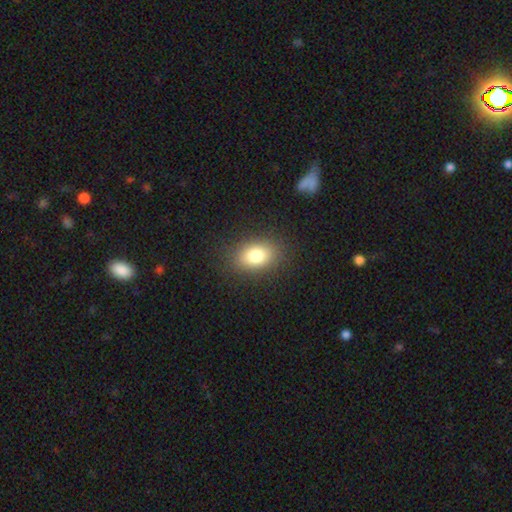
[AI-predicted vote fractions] smooth 81%, star or artifact 10%, featured or disk 9%. Down the decision tree: how rounded — in between (80%); merging — none (87%).